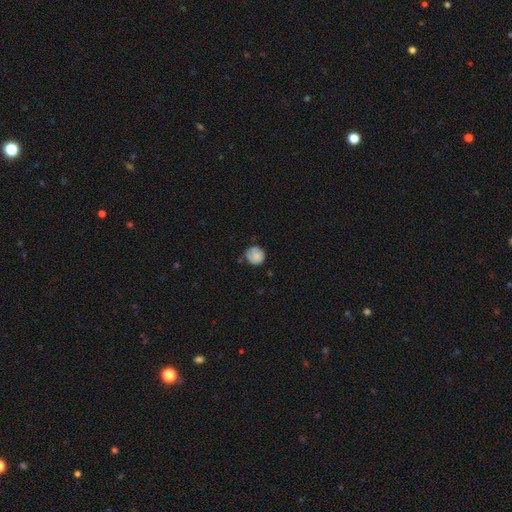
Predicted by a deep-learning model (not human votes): smooth_or_featured: smooth (p=0.78) [alt: featured or disk p=0.14]
how_rounded: round (p=0.87) [alt: in between p=0.12]
merging: none (p=0.63) [alt: minor disturbance p=0.28]